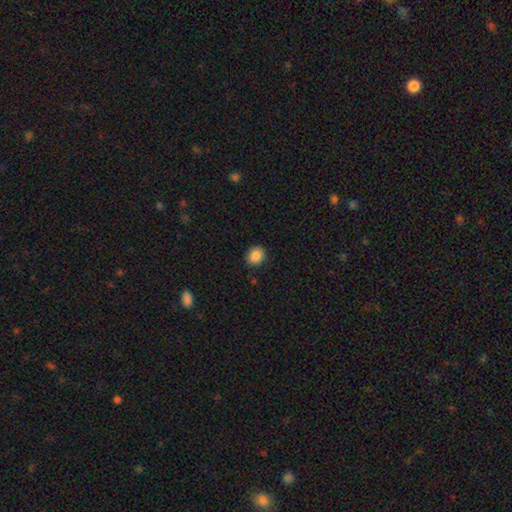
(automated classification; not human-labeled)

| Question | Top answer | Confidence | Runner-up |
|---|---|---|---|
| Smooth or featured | smooth | 87% | star or artifact (9%) |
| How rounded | round | 68% | in between (32%) |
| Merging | none | 88% | minor disturbance (8%) |